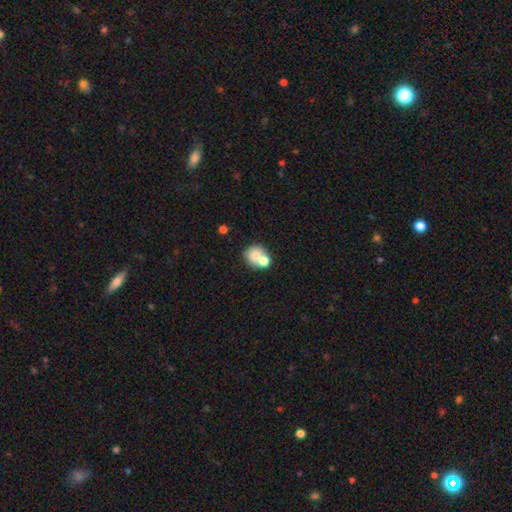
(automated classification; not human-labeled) This is likely a smooth galaxy (74%). How rounded: likely round (78%). Merging: possibly none (46%).